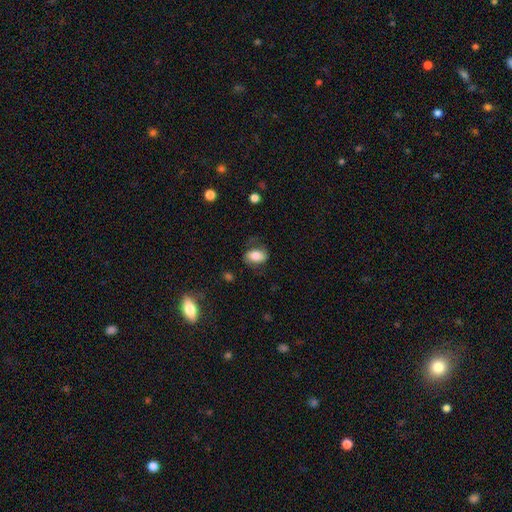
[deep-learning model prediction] The model was most divided on "merging": none: 67%, minor disturbance: 21%, major disturbance: 11%, merger: 2%. More confident: how rounded — in between (86%); smooth or featured — smooth (74%).